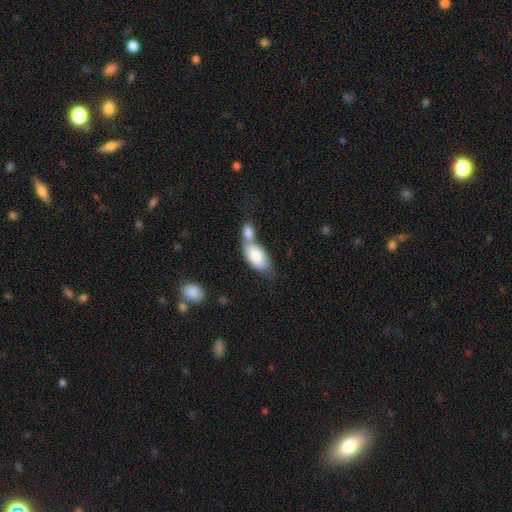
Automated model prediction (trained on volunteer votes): Morphology: type=smooth (77%); roundness=in between (92%); merging=merger (59%).